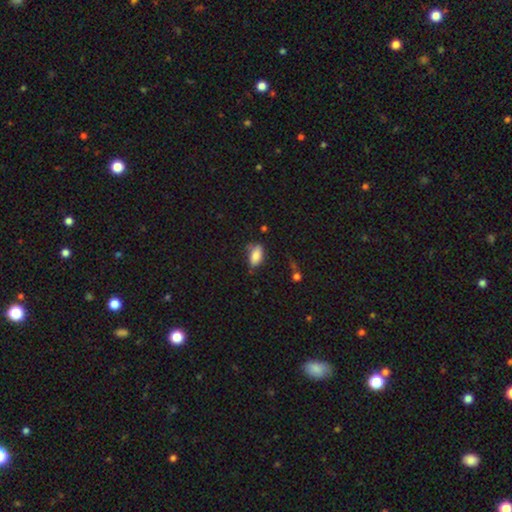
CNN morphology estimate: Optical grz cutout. It shows a smooth galaxy with no disk features (84%) that is in between round and cigar-shaped (91%). Merging: none (63%).